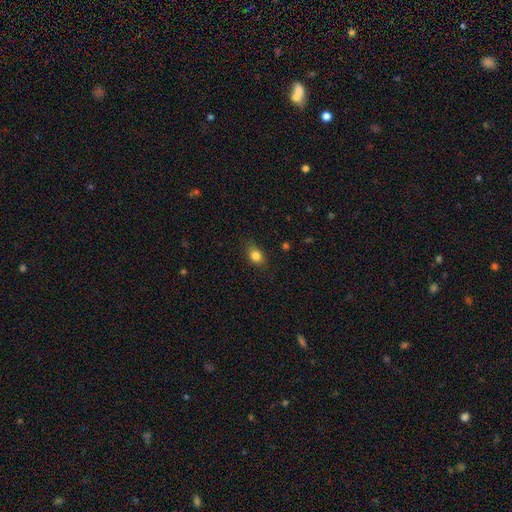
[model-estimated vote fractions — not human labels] Smooth or featured?
  - smooth: 83% *
  - star or artifact: 10%
  - featured or disk: 7%
How rounded?
  - in between: 62% *
  - round: 35%
  - cigar-shaped: 2%
Merging?
  - none: 78% *
  - minor disturbance: 17%
  - major disturbance: 4%
  - merger: 1%